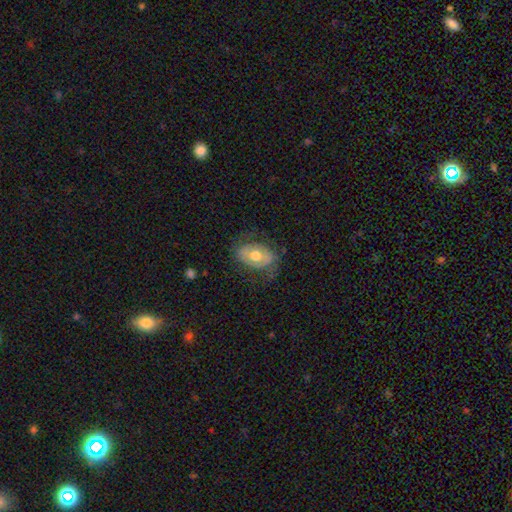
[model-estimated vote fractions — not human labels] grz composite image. It shows a featured or disk galaxy (47%). Merging: none (68%).